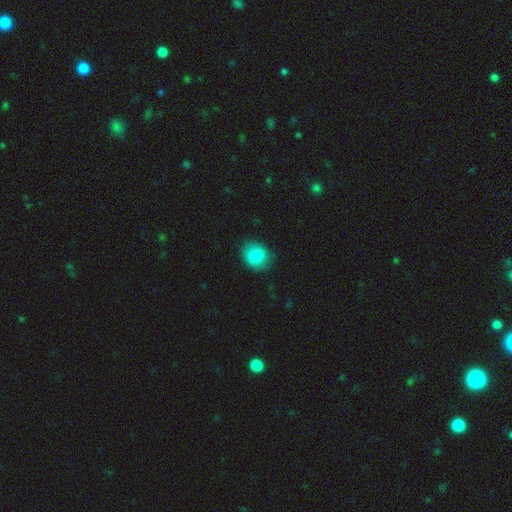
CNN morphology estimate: This is clearly a smooth galaxy (86%). How rounded: likely round (64%). Merging: clearly none (82%).